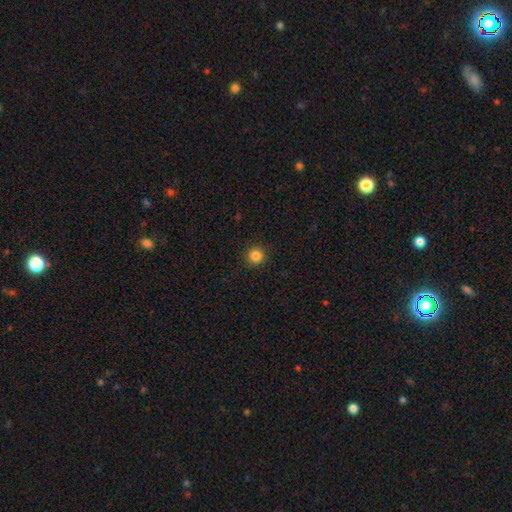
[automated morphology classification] Overall: smooth (84%). How rounded: round (95%). Merging: none (92%).